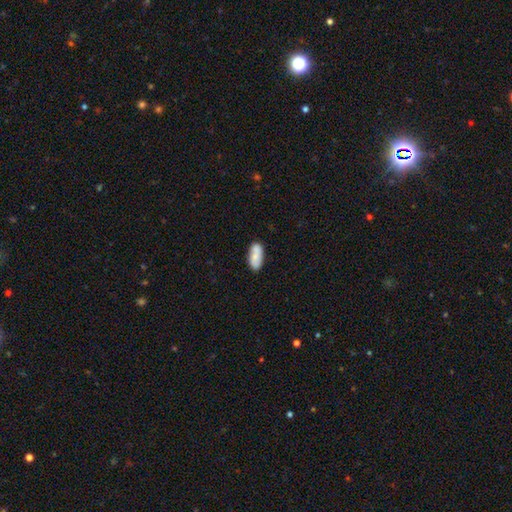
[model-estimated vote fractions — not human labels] Smooth or featured?
  - smooth: 72% *
  - featured or disk: 22%
  - star or artifact: 6%
How rounded?
  - in between: 87% *
  - cigar-shaped: 10%
  - round: 3%
Merging?
  - none: 72% *
  - minor disturbance: 16%
  - merger: 9%
  - major disturbance: 3%